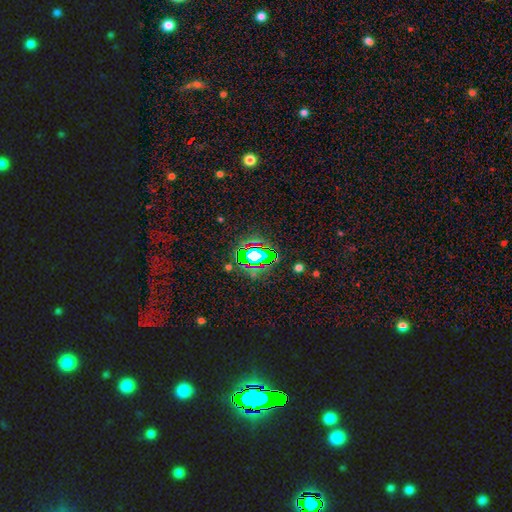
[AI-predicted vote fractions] This appears to be a star or artifact, not a galaxy (63%).